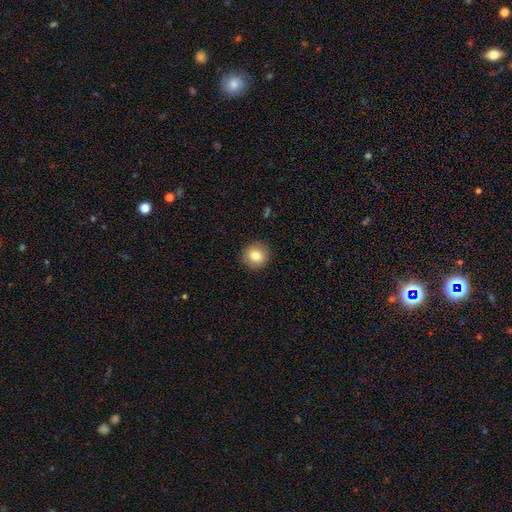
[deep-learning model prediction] Smooth or featured?
  - smooth: 81% *
  - featured or disk: 10%
  - star or artifact: 9%
How rounded?
  - round: 92% *
  - in between: 7%
  - cigar-shaped: 1%
Merging?
  - none: 90% *
  - minor disturbance: 7%
  - major disturbance: 2%
  - merger: 1%